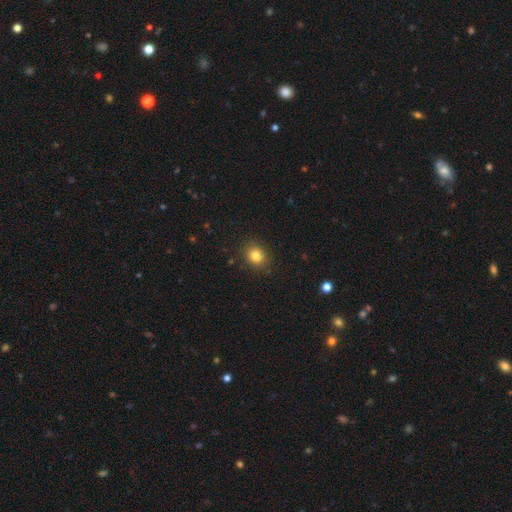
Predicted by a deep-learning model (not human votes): This appears to be a smooth galaxy with no disk features (82%) that is round (69%). Merging: none (88%).